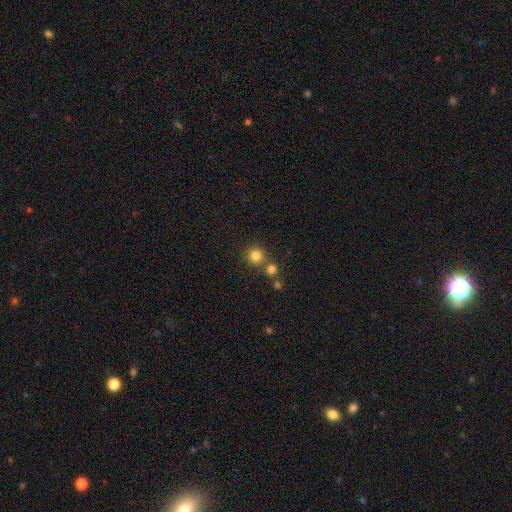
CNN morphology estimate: Smooth or featured: smooth — 81% (star or artifact — 13%)
How rounded: round — 93% (in between — 6%)
Merging: none — 71% (merger — 19%)